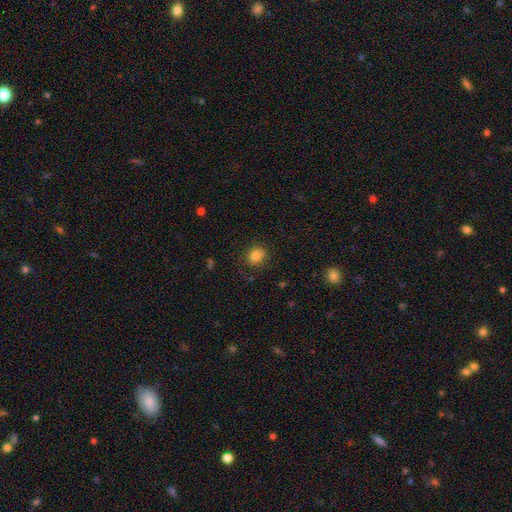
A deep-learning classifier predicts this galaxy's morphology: Smooth or featured?
  - smooth: 82% *
  - star or artifact: 11%
  - featured or disk: 6%
How rounded?
  - round: 66% *
  - in between: 33%
  - cigar-shaped: 1%
Merging?
  - none: 81% *
  - minor disturbance: 14%
  - major disturbance: 4%
  - merger: 1%